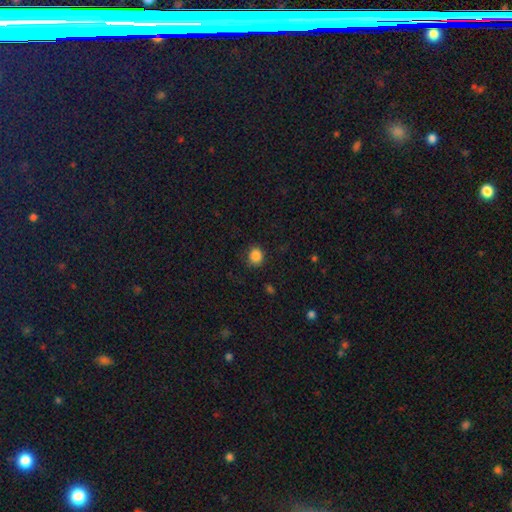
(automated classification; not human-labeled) Morphology: type=smooth (85%); roundness=round (75%); merging=none (84%).